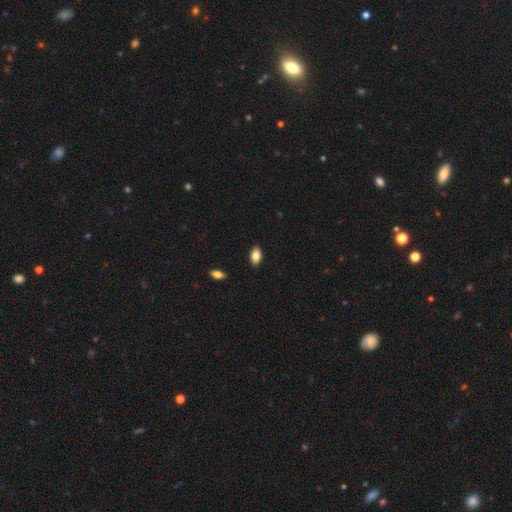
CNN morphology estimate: Smooth or featured? smooth (84%)
How rounded? in between (92%)
Merging? none (88%)